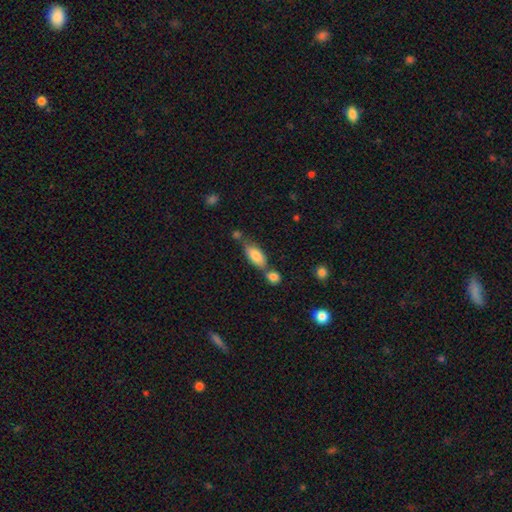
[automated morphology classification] This is clearly a smooth galaxy (82%). How rounded: clearly in between (84%). Merging: possibly none (49%).